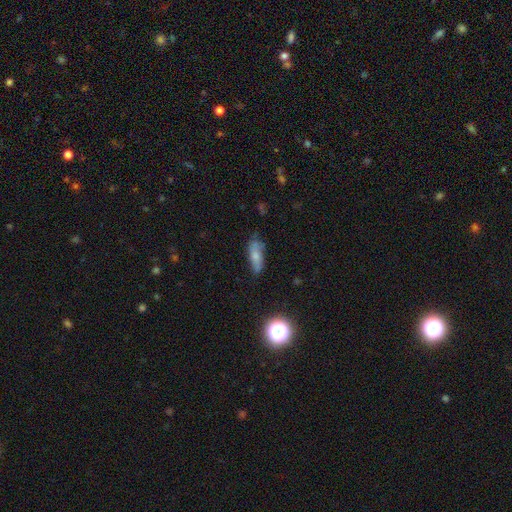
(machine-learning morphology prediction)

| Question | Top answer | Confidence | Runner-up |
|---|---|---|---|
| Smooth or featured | smooth | 69% | featured or disk (22%) |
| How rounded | in between | 58% | cigar-shaped (39%) |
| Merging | none | 60% | minor disturbance (29%) |